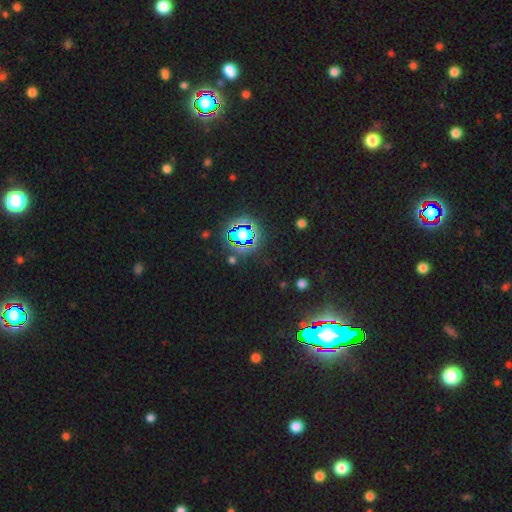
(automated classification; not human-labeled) The model was most divided on "smooth or featured": star or artifact: 81%, smooth: 11%, featured or disk: 7%.